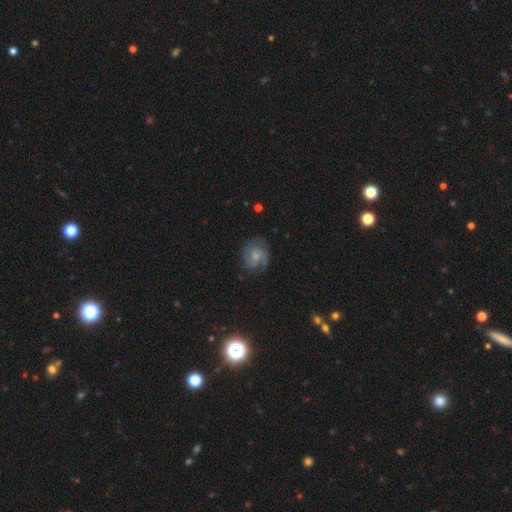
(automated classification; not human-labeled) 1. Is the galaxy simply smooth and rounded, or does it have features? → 73% featured or disk, 20% smooth, 7% star or artifact.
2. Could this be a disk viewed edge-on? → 98% no, 2% yes.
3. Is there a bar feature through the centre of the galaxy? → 70% no, 26% weak, 4% strong.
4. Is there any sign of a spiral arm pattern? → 93% yes, 7% no.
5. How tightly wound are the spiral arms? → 44% medium, 41% tight, 15% loose.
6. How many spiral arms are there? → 35% 2, 30% 3, 20% can't tell, 6% 4, 6% 1, 4% more than 4.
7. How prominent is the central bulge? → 60% small, 31% moderate, 6% none, 2% large, 1% dominant.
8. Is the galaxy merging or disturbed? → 69% none, 20% minor disturbance, 9% major disturbance, 1% merger.